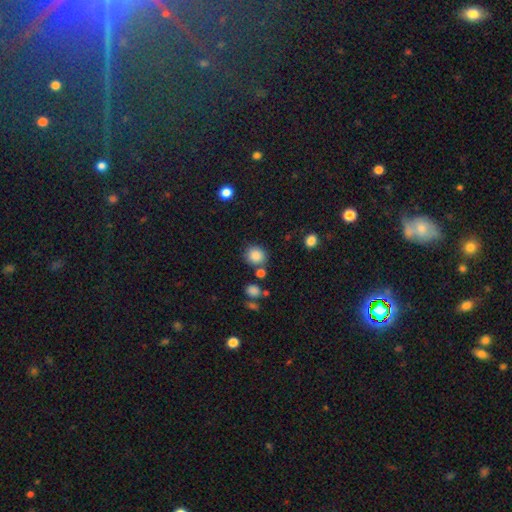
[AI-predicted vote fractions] A smooth galaxy with no disk features (85%) that is round (84%).

Vote fractions:
- Smooth or featured? smooth: 85% / star or artifact: 10% / featured or disk: 5%
- How rounded? round: 84% / in between: 15% / cigar-shaped: 1%
- Merging? none: 76% / minor disturbance: 11% / merger: 9% / major disturbance: 4%